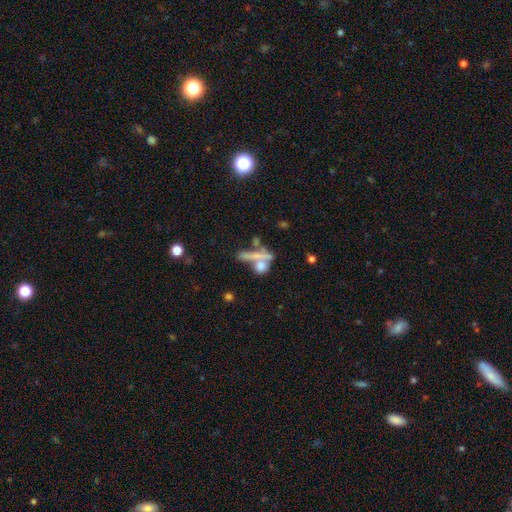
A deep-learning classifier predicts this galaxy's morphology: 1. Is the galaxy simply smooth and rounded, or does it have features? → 50% smooth, 33% featured or disk, 17% star or artifact.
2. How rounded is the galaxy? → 55% cigar-shaped, 24% in between, 21% round.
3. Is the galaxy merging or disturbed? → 41% none, 40% merger, 10% minor disturbance, 9% major disturbance.